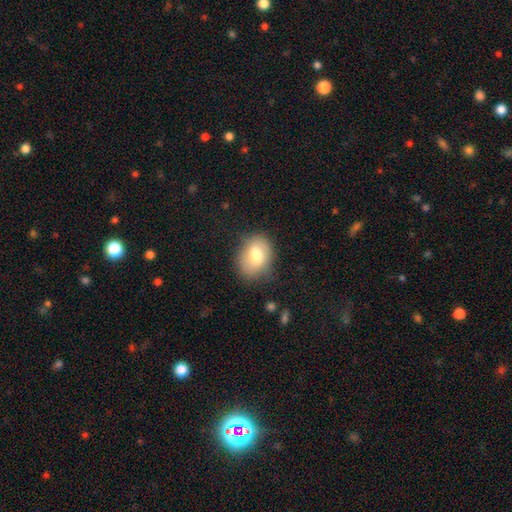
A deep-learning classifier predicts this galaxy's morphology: A smooth galaxy with no disk features (74%) that is in between round and cigar-shaped (61%).

Vote fractions:
- Smooth or featured? smooth: 74% / featured or disk: 17% / star or artifact: 8%
- How rounded? in between: 61% / round: 38% / cigar-shaped: 1%
- Merging? none: 76% / minor disturbance: 18% / major disturbance: 5% / merger: 1%